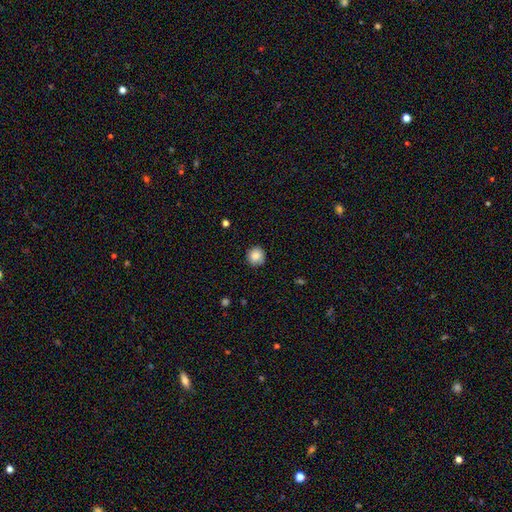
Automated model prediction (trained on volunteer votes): A smooth galaxy with no disk features (85%) that is round (92%).

Vote fractions:
- Smooth or featured? smooth: 85% / star or artifact: 9% / featured or disk: 7%
- How rounded? round: 92% / in between: 7% / cigar-shaped: 1%
- Merging? none: 86% / minor disturbance: 11% / major disturbance: 2% / merger: 1%